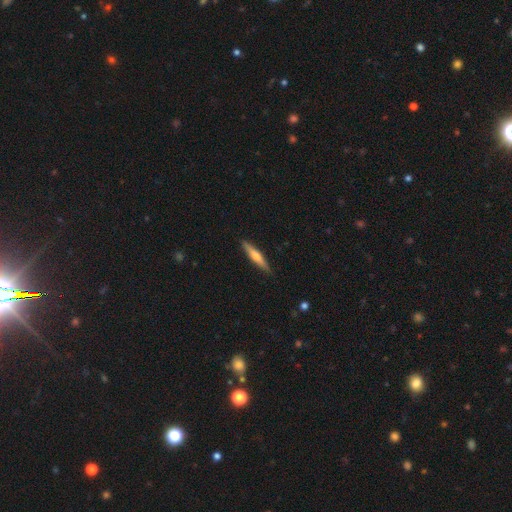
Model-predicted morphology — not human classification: Smooth or featured: smooth — 52% (featured or disk — 43%)
How rounded: cigar-shaped — 90% (in between — 9%)
Merging: none — 90% (minor disturbance — 8%)